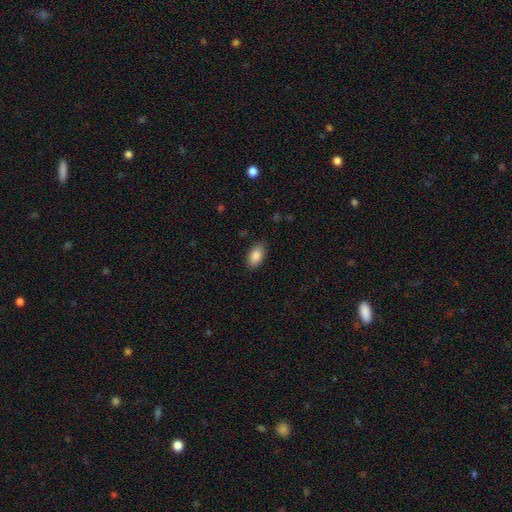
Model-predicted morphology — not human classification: A smooth galaxy with no disk features (87%) that is in between round and cigar-shaped (93%).

Vote fractions:
- Smooth or featured? smooth: 87% / star or artifact: 7% / featured or disk: 6%
- How rounded? in between: 93% / round: 5% / cigar-shaped: 2%
- Merging? none: 83% / minor disturbance: 13% / major disturbance: 3% / merger: 1%